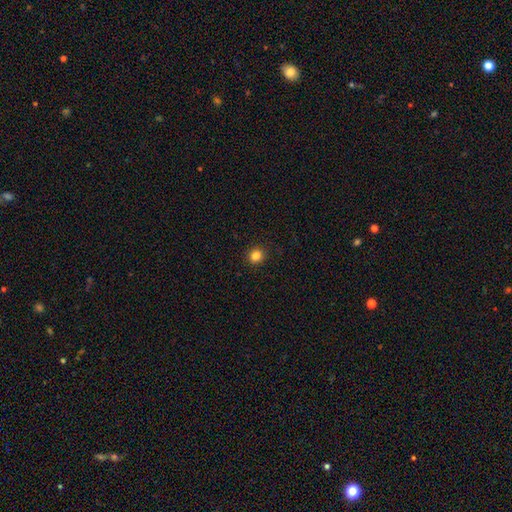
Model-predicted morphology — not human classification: Smooth or featured?
  - smooth: 84% *
  - star or artifact: 12%
  - featured or disk: 4%
How rounded?
  - round: 84% *
  - in between: 15%
  - cigar-shaped: 1%
Merging?
  - none: 91% *
  - minor disturbance: 6%
  - major disturbance: 2%
  - merger: 1%